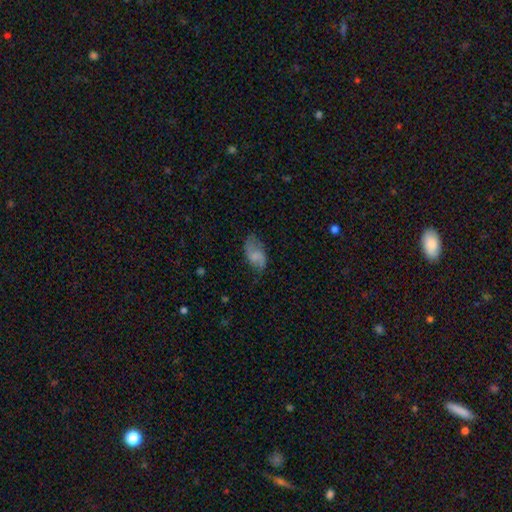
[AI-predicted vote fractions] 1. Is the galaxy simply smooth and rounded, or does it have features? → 46% featured or disk, 45% smooth, 9% star or artifact.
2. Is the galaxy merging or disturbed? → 59% none, 26% minor disturbance, 12% major disturbance, 2% merger.